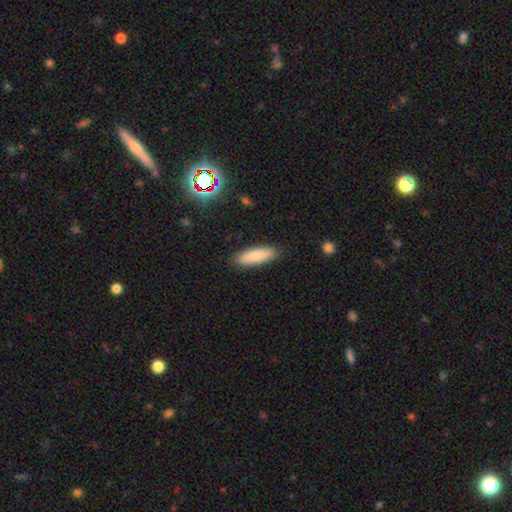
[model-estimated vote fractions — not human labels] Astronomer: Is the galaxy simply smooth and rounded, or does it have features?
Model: smooth — 81%.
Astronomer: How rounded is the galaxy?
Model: in between — 55% (runner-up: cigar-shaped, 43%).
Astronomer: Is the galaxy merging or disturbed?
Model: none — 86%.